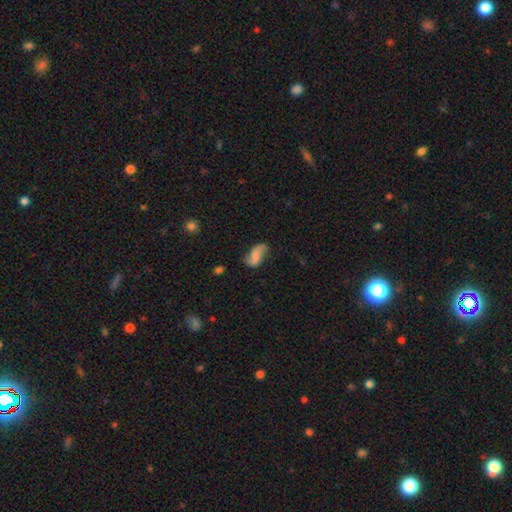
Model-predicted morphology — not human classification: The model was most divided on "smooth or featured": smooth: 47%, featured or disk: 45%, star or artifact: 8%. More confident: merging — none (66%).